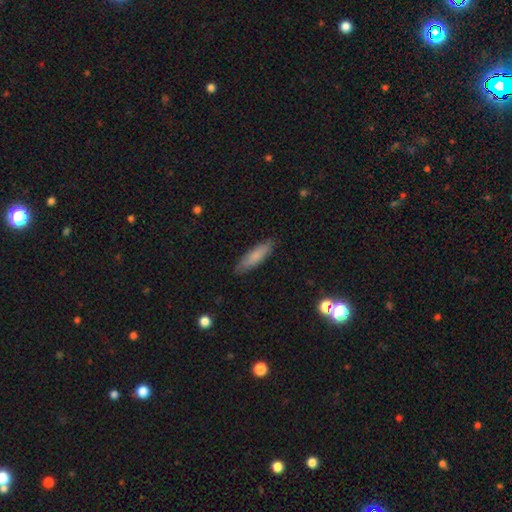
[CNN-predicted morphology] A smooth galaxy with no disk features (78%) that is cigar-shaped (63%).

Vote fractions:
- Smooth or featured? smooth: 78% / featured or disk: 16% / star or artifact: 6%
- How rounded? cigar-shaped: 63% / in between: 35% / round: 2%
- Merging? none: 85% / minor disturbance: 12% / major disturbance: 2% / merger: 1%